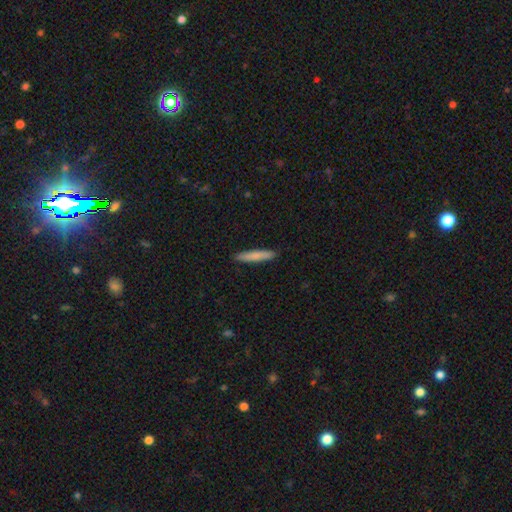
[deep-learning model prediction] Smooth or featured?
  - smooth: 79% *
  - featured or disk: 16%
  - star or artifact: 5%
How rounded?
  - cigar-shaped: 93% *
  - in between: 6%
  - round: 1%
Merging?
  - none: 91% *
  - minor disturbance: 6%
  - major disturbance: 1%
  - merger: 1%